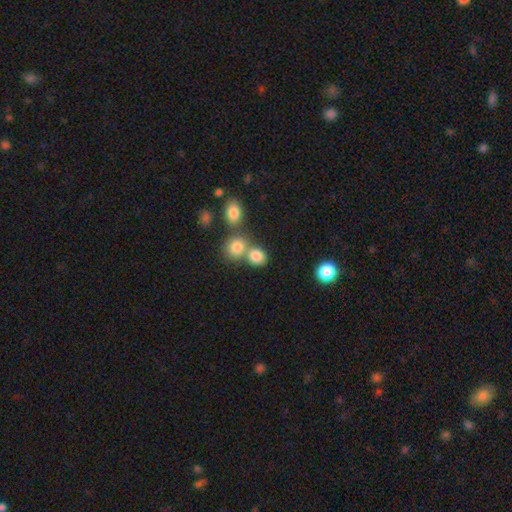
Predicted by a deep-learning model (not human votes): Smooth or featured: smooth — 83% (star or artifact — 11%)
How rounded: round — 73% (in between — 26%)
Merging: none — 49% (merger — 39%)